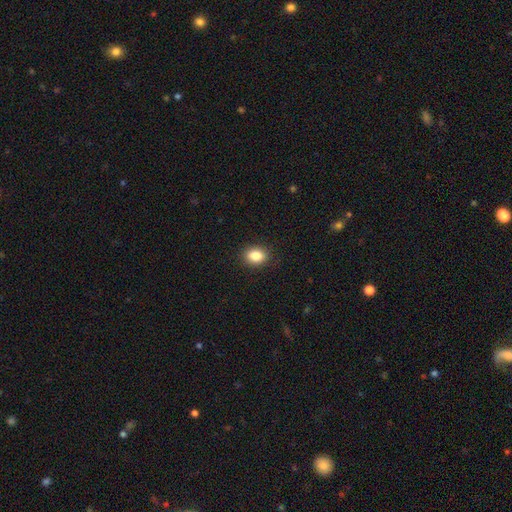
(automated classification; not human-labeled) smooth_or_featured: smooth (p=0.85) [alt: star or artifact p=0.09]
how_rounded: in between (p=0.66) [alt: round p=0.32]
merging: none (p=0.89) [alt: minor disturbance p=0.08]